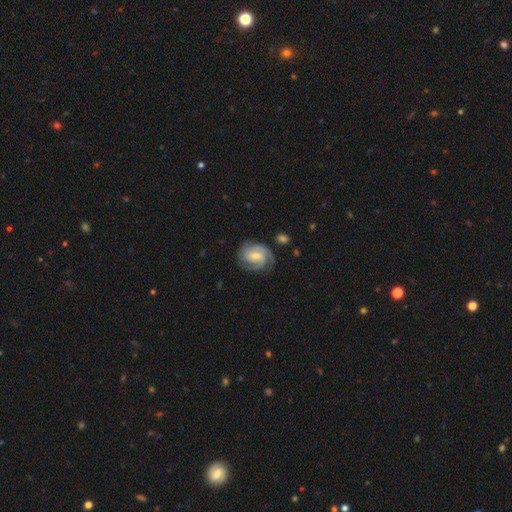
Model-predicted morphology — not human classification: smooth_or_featured: featured or disk (p=0.78) [alt: smooth p=0.17]
disk_edge_on: no (p=0.97) [alt: yes p=0.03]
bar: weak (p=0.48) [alt: no p=0.39]
has_spiral_arms: yes (p=0.95) [alt: no p=0.05]
spiral_winding: tight (p=0.54) [alt: medium p=0.36]
spiral_arm_count: 3 (p=0.32) [alt: 2 p=0.29]
bulge_size: small (p=0.53) [alt: moderate p=0.40]
merging: none (p=0.69) [alt: minor disturbance p=0.20]